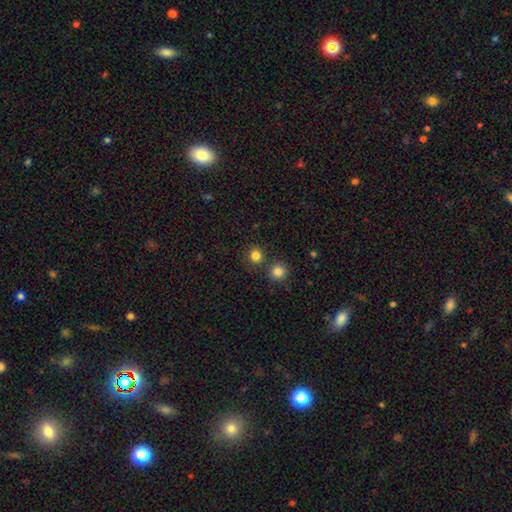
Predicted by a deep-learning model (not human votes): smooth 82%, star or artifact 13%, featured or disk 5%. Down the decision tree: how rounded — round (90%); merging — none (77%).